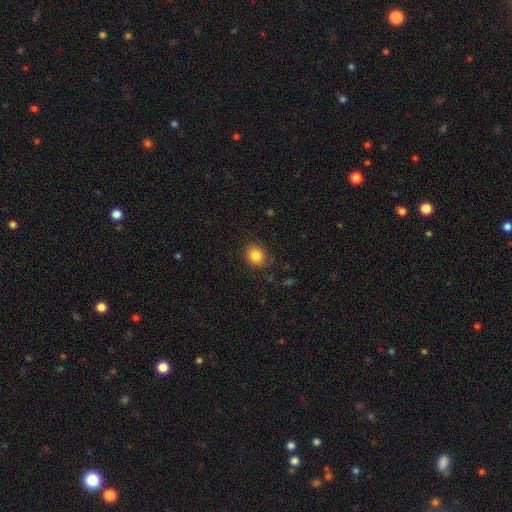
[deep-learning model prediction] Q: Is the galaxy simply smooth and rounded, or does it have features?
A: smooth — 85%.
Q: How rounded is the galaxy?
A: round — 76%.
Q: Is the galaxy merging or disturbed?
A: none — 85%.